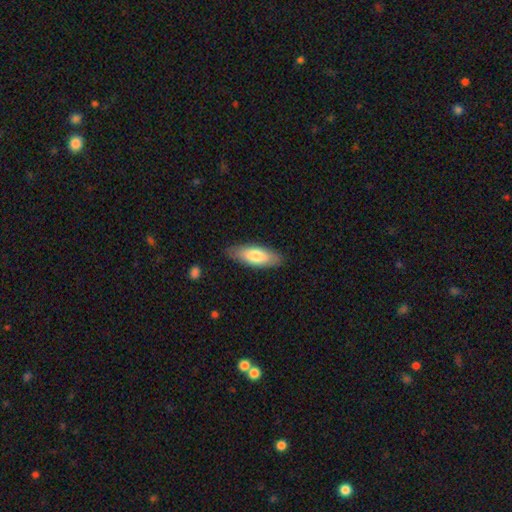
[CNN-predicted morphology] A smooth galaxy with no disk features (76%) that is in between round and cigar-shaped (69%). Merging: none (85%).